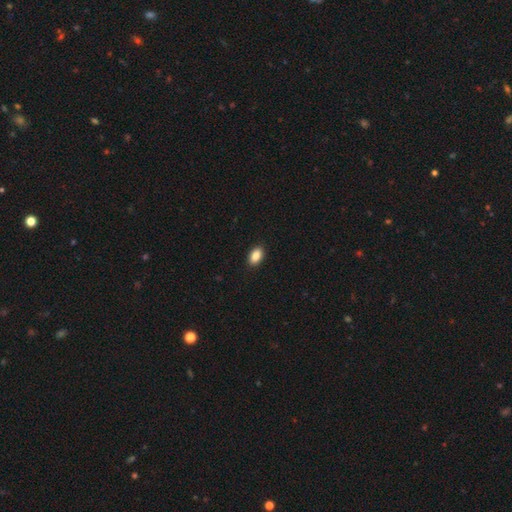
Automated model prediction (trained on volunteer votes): The model was most divided on "smooth or featured": smooth: 88%, star or artifact: 8%, featured or disk: 4%. More confident: how rounded — in between (91%); merging — none (90%).